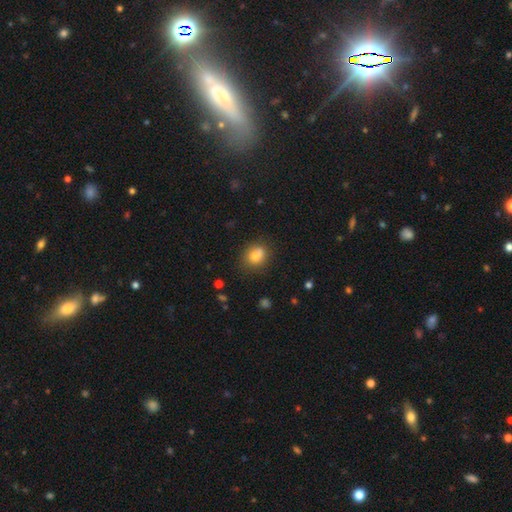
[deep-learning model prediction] smooth 75%, featured or disk 14%, star or artifact 11%. Down the decision tree: how rounded — round (63%); merging — none (53%).